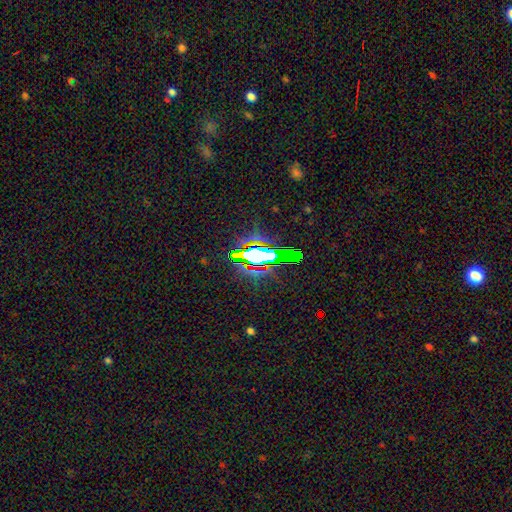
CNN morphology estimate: This appears to be a star or artifact, not a galaxy (59%).